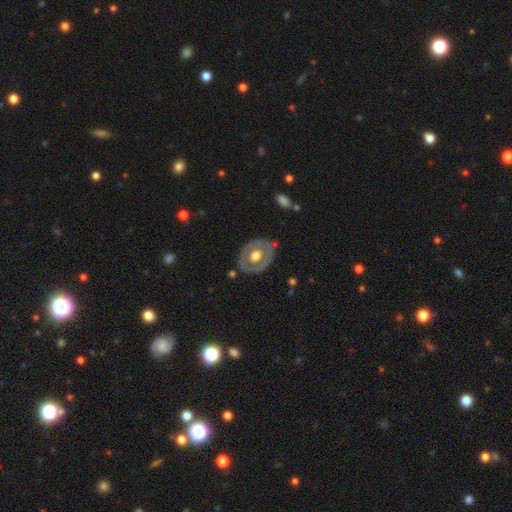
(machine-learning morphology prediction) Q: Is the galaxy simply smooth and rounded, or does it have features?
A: featured or disk — 55%.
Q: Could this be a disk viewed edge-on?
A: no — 92%.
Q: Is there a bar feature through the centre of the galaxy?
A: no — 86%.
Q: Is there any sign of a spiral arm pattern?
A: no — 91%.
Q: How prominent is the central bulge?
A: moderate — 55%.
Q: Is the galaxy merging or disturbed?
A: none — 76%.